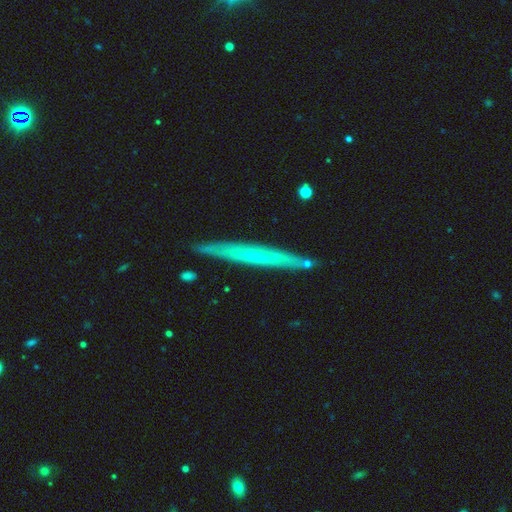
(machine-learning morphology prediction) Smooth or featured? featured or disk (63%)
Edge-on disk? yes (94%)
Edge-on bulge? none (62%)
Merging? none (86%)